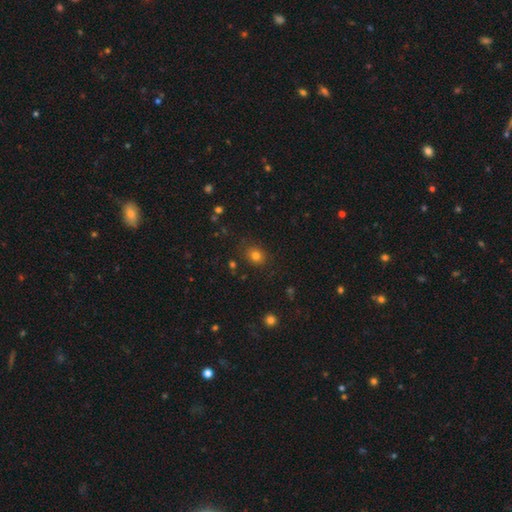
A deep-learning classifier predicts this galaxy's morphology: A smooth galaxy with no disk features (78%) that is round (59%). Merging: none (83%).